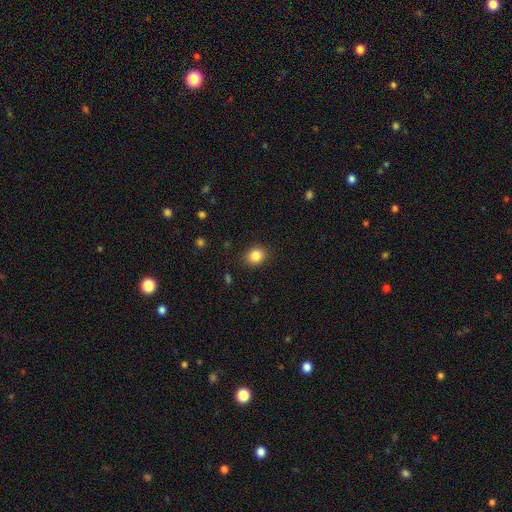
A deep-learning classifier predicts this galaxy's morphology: The model was most divided on "how rounded": round: 66%, in between: 33%, cigar-shaped: 1%. More confident: merging — none (88%); smooth or featured — smooth (85%).